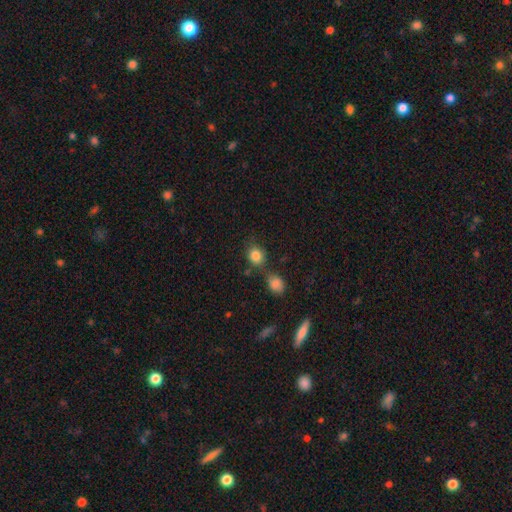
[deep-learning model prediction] Smooth or featured? Predicted: smooth (p=0.84). How rounded? Predicted: round (p=0.72). Merging? Predicted: none (p=0.63).